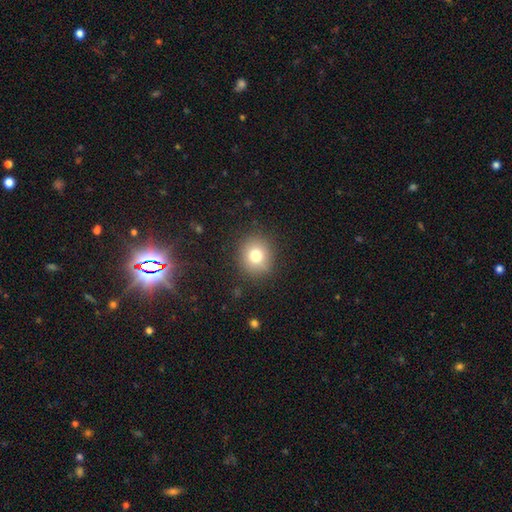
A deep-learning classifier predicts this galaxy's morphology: Smooth or featured?
  - smooth: 78% *
  - star or artifact: 12%
  - featured or disk: 10%
How rounded?
  - round: 83% *
  - in between: 16%
  - cigar-shaped: 1%
Merging?
  - none: 87% *
  - minor disturbance: 8%
  - major disturbance: 3%
  - merger: 1%